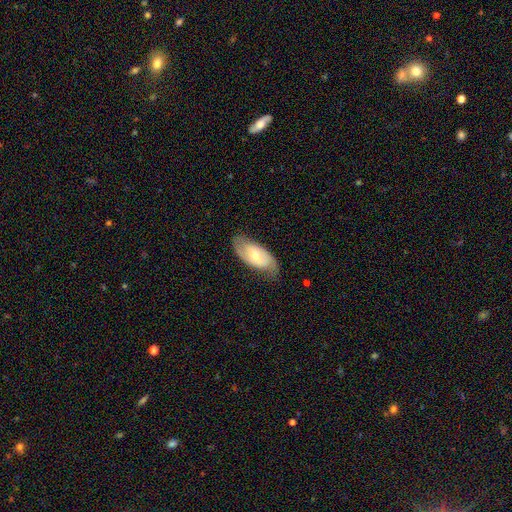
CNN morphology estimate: Q: Smooth or featured?
A: featured or disk (66%); runner-up: smooth (28%)
Q: Edge-on disk?
A: no (91%); runner-up: yes (9%)
Q: Bar?
A: no (53%); runner-up: weak (34%)
Q: Spiral arms?
A: yes (83%); runner-up: no (17%)
Q: Bulge size?
A: moderate (56%); runner-up: small (40%)
Q: Merging?
A: none (76%); runner-up: minor disturbance (18%)